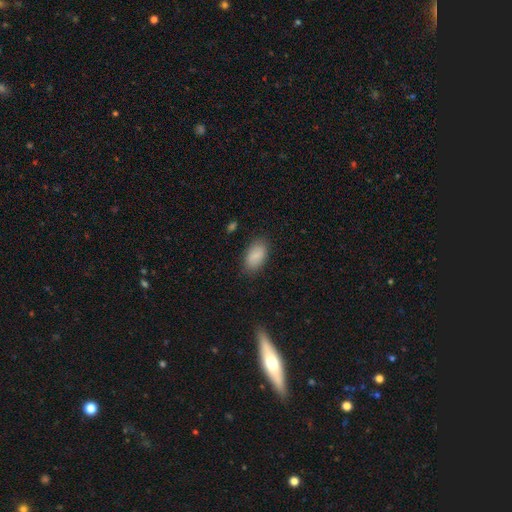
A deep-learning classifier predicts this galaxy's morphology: Q: Smooth or featured?
A: smooth (84%); runner-up: featured or disk (9%)
Q: How rounded?
A: in between (93%); runner-up: round (5%)
Q: Merging?
A: none (82%); runner-up: minor disturbance (13%)